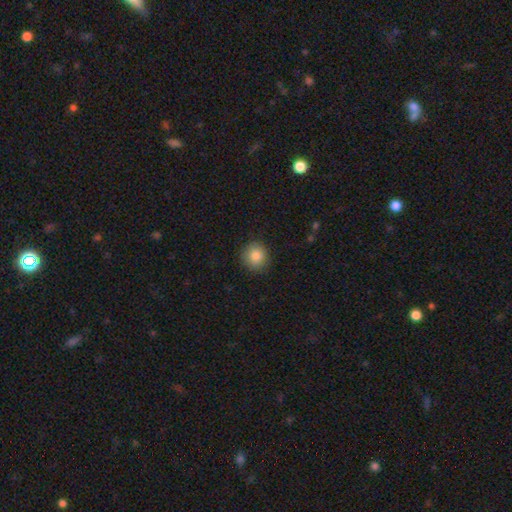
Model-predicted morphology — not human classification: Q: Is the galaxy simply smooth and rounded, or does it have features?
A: smooth — 86%.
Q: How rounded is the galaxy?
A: round — 91%.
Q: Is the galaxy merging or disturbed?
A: none — 88%.